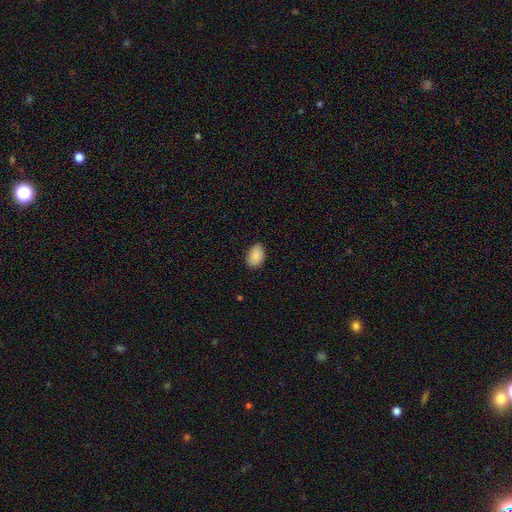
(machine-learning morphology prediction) This appears to be a smooth galaxy with no disk features (88%) that is in between round and cigar-shaped (86%). Merging: none (78%).